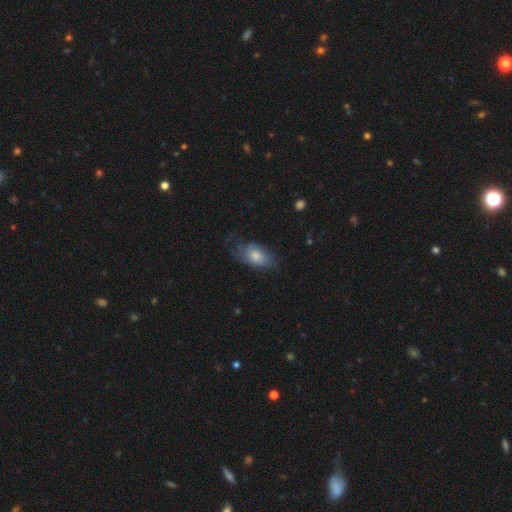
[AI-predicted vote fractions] Overall: smooth (67%). How rounded: in between (90%). Merging: none (43%; minor disturbance 31%).